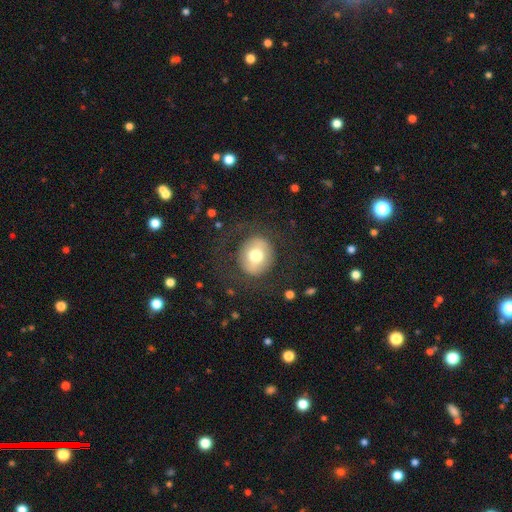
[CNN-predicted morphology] type=smooth (62%); roundness=round (80%); merging=none (72%).